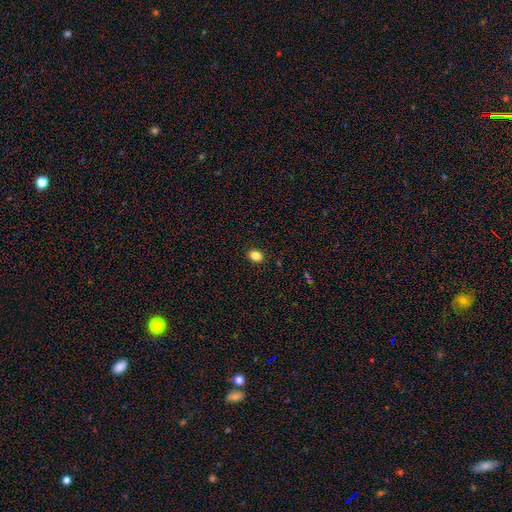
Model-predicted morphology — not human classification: This is clearly a smooth galaxy (84%). How rounded: possibly in between (56%). Merging: clearly none (91%).